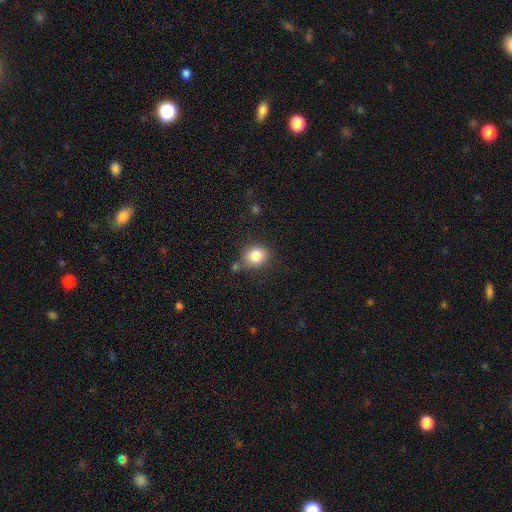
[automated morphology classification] The model was most divided on "how rounded": round: 73%, in between: 26%, cigar-shaped: 1%. More confident: smooth or featured — smooth (84%); merging — none (73%).